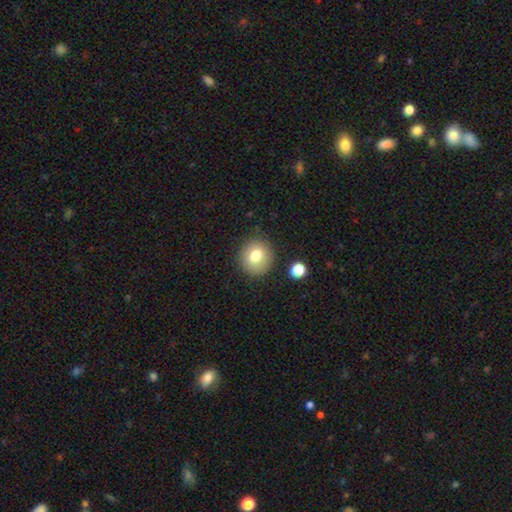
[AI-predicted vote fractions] The model was most divided on "smooth or featured": smooth: 77%, featured or disk: 13%, star or artifact: 10%. More confident: how rounded — round (87%); merging — none (85%).